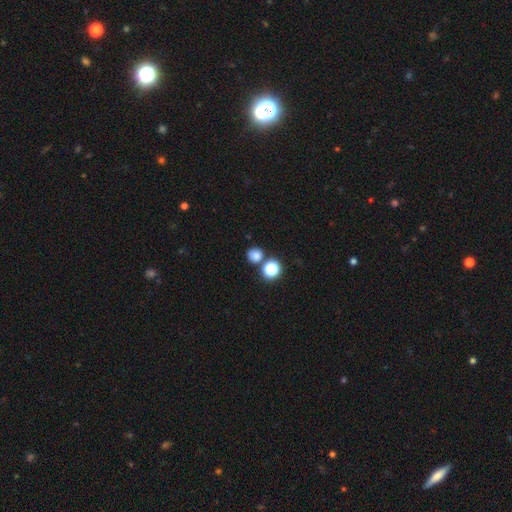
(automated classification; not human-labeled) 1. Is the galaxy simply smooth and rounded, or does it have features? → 77% smooth, 17% star or artifact, 6% featured or disk.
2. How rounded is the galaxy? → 87% round, 12% in between, 1% cigar-shaped.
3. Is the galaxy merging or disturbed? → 70% none, 18% merger, 8% minor disturbance, 3% major disturbance.